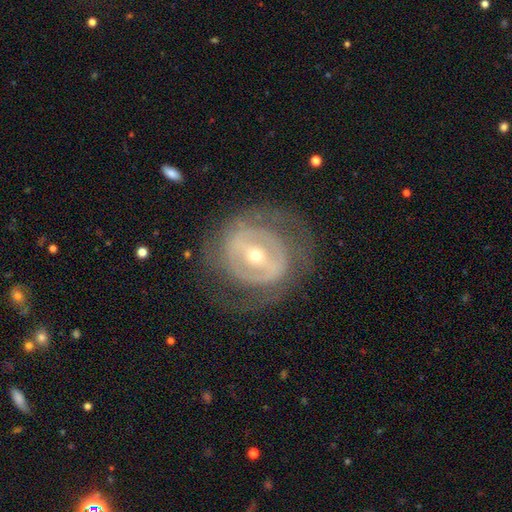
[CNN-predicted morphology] The model was most divided on "spiral arms": yes: 51%, no: 49%. Remaining: edge-on disk — no (95%); smooth or featured — featured or disk (79%); merging — none (68%); bulge size — small (62%); bar — strong (46%).